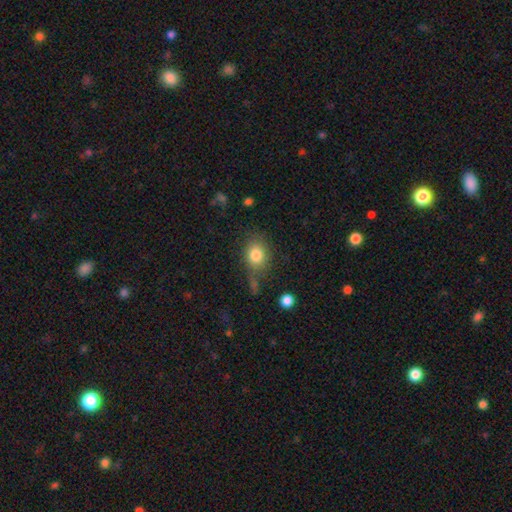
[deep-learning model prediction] This appears to be a smooth galaxy with no disk features (82%) that is round (52%). Merging: none (63%).